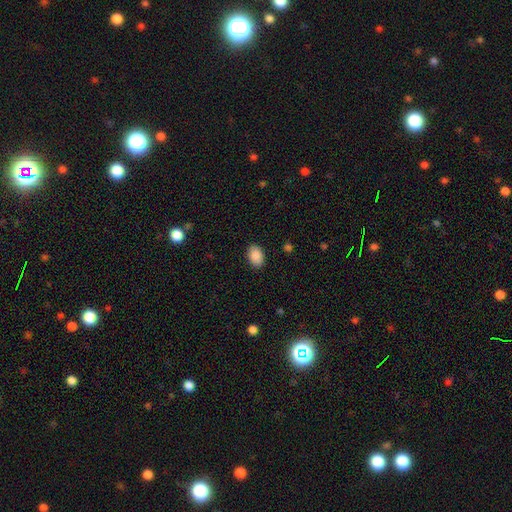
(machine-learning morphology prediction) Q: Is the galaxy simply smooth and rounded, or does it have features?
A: smooth — 89%.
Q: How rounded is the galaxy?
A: in between — 86%.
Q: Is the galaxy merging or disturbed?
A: none — 88%.